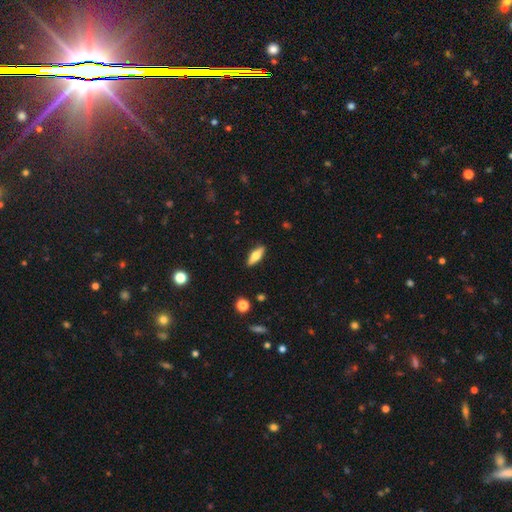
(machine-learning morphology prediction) Overall: smooth (59%; featured or disk 34%). How rounded: in between (55%; cigar-shaped 42%). Merging: none (89%).